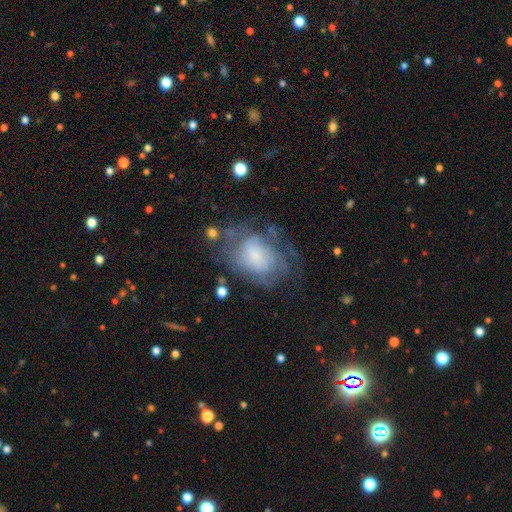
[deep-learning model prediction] Smooth or featured: featured or disk — 57% (smooth — 33%)
Edge-on disk: no — 96% (yes — 4%)
Bar: no — 70% (weak — 25%)
Spiral arms: yes — 70% (no — 30%)
Bulge size: small — 33% (moderate — 26%)
Merging: none — 51% (minor disturbance — 24%)